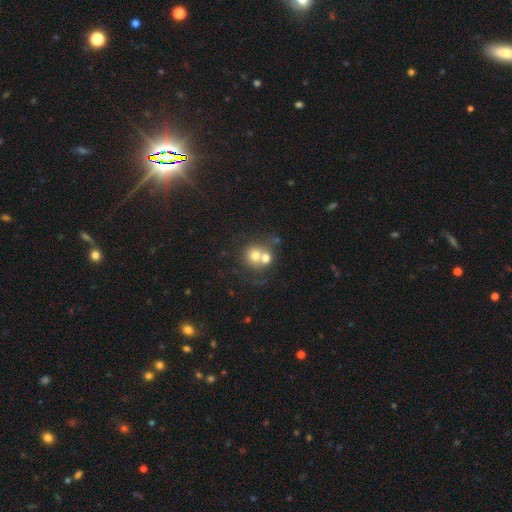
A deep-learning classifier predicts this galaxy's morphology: type=smooth (67%); roundness=round (84%); merging=merger (55%).